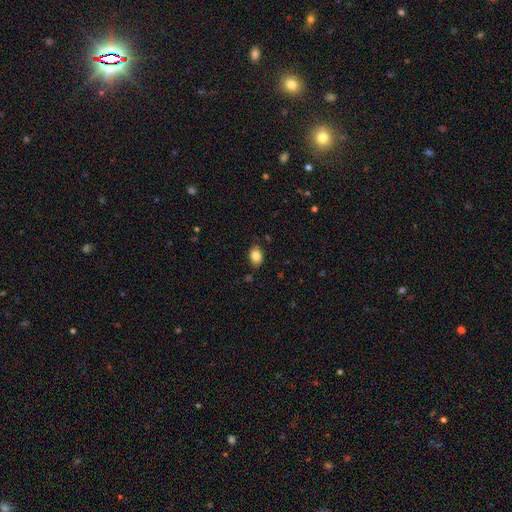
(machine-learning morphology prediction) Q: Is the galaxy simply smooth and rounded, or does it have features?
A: smooth — 85%.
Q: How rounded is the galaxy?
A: in between — 77%.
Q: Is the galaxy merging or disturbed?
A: none — 81%.